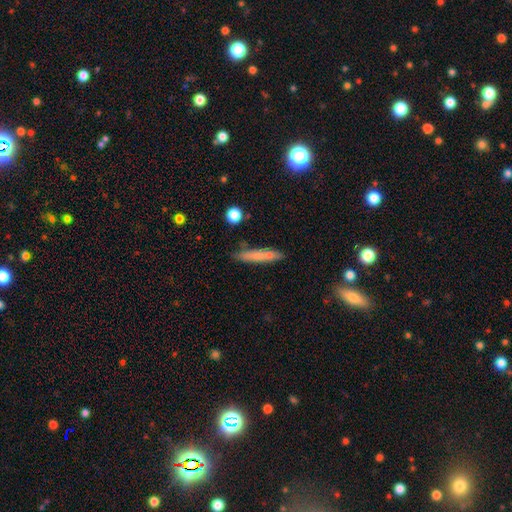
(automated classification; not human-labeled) smooth 72%, featured or disk 20%, star or artifact 7%. Down the decision tree: how rounded — cigar-shaped (87%); merging — none (72%).